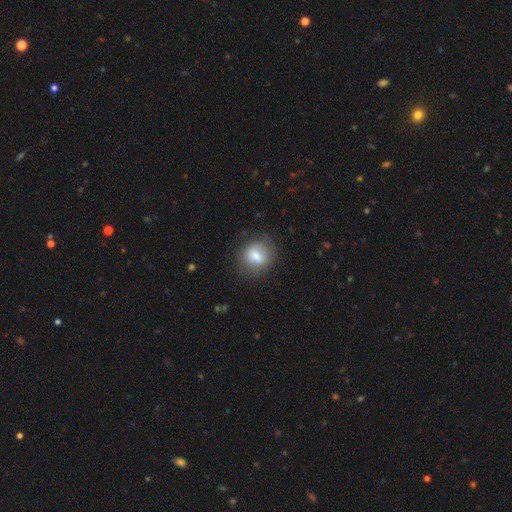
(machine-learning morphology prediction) Q: Smooth or featured?
A: smooth (75%); runner-up: featured or disk (16%)
Q: How rounded?
A: round (68%); runner-up: in between (31%)
Q: Merging?
A: none (77%); runner-up: minor disturbance (15%)